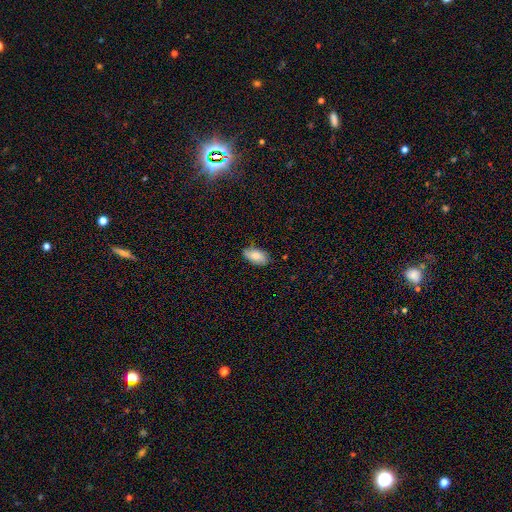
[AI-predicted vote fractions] smooth-or-featured: smooth: 83% | featured or disk: 10% | star or artifact: 7%
  how-rounded: in between: 94% | cigar-shaped: 3% | round: 3%
  merging: none: 74% | minor disturbance: 22% | major disturbance: 3% | merger: 1%